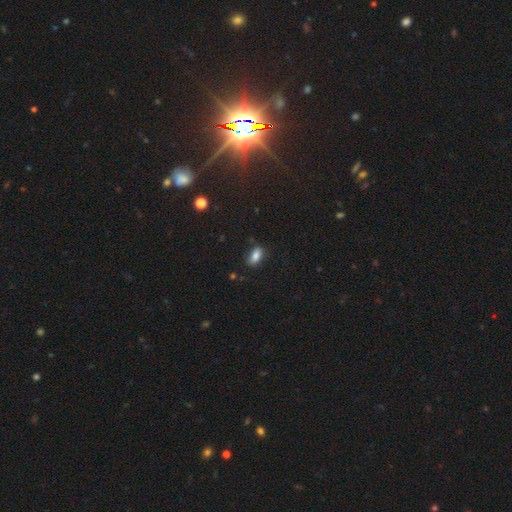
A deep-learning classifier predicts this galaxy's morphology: Q: Smooth or featured?
A: smooth (83%); runner-up: star or artifact (10%)
Q: How rounded?
A: in between (88%); runner-up: cigar-shaped (8%)
Q: Merging?
A: none (80%); runner-up: minor disturbance (15%)